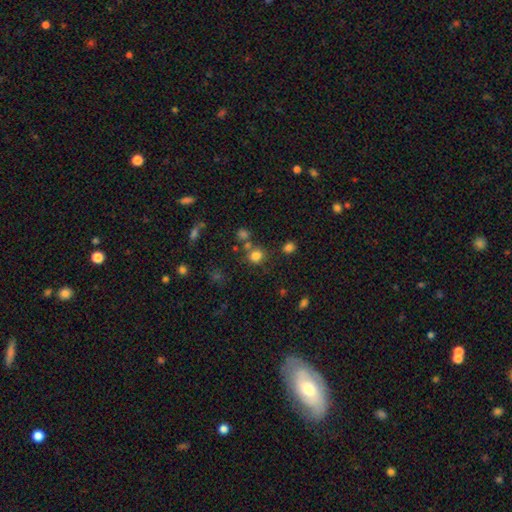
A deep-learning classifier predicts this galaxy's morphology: smooth_or_featured: smooth (p=0.78) [alt: star or artifact p=0.15]
how_rounded: round (p=0.84) [alt: in between p=0.15]
merging: none (p=0.69) [alt: merger p=0.15]